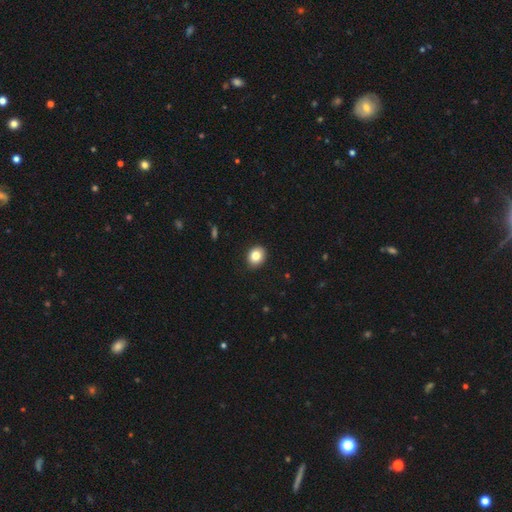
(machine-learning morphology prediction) Overall: smooth (83%). How rounded: round (54%; in between 46%). Merging: none (90%).